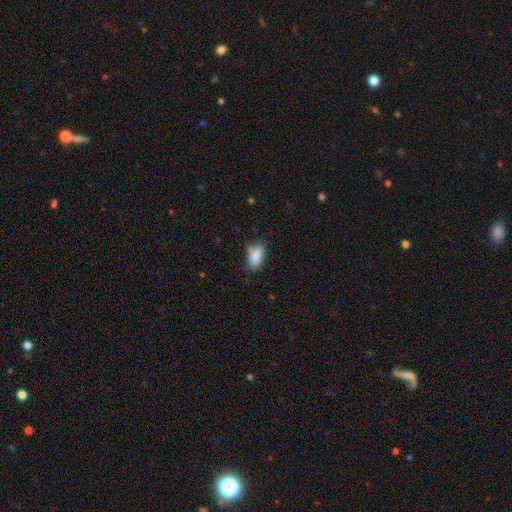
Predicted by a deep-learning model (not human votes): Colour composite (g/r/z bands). It shows a smooth galaxy with no disk features (86%) that is in between round and cigar-shaped (88%). Merging: none (66%).